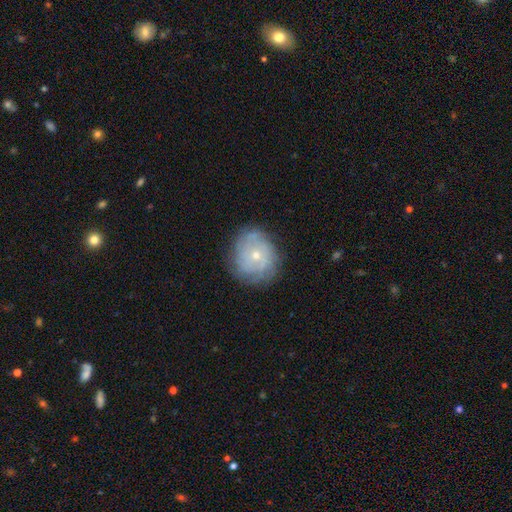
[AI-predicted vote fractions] A featured or disk galaxy (63%) with no bar (85%), spiral arms (75%) and a small central bulge (62%).

Vote fractions:
- Smooth or featured? featured or disk: 63% / smooth: 29% / star or artifact: 9%
- Edge-on disk? no: 97% / yes: 3%
- Bar? no: 85% / weak: 13% / strong: 2%
- Spiral arms? yes: 75% / no: 25%
- Bulge size? small: 62% / moderate: 35% / large: 1% / none: 1% / dominant: 1%
- Merging? none: 75% / minor disturbance: 17% / major disturbance: 7% / merger: 1%